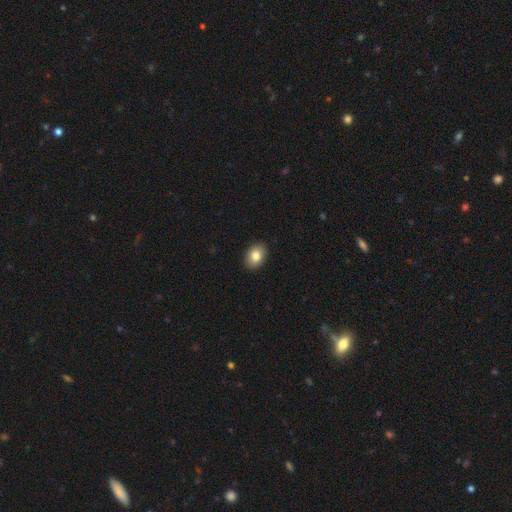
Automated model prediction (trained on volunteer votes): The model was most divided on "how rounded": in between: 71%, round: 28%, cigar-shaped: 1%. More confident: merging — none (91%); smooth or featured — smooth (82%).